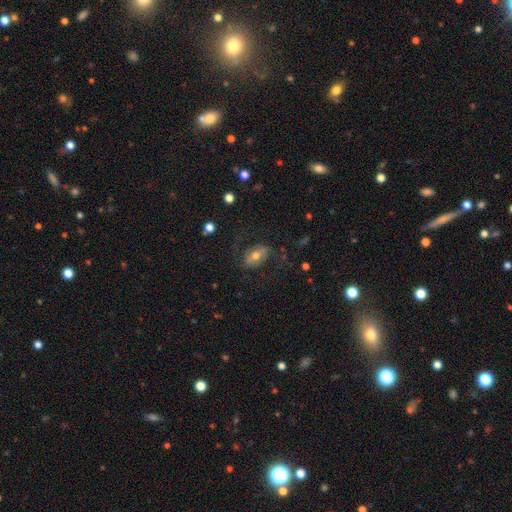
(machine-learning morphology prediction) Smooth or featured: featured or disk — 60% (smooth — 30%)
Edge-on disk: no — 94% (yes — 6%)
Bar: weak — 37% (no — 36%)
Spiral arms: yes — 79% (no — 21%)
Bulge size: moderate — 67% (small — 21%)
Merging: none — 65% (major disturbance — 18%)